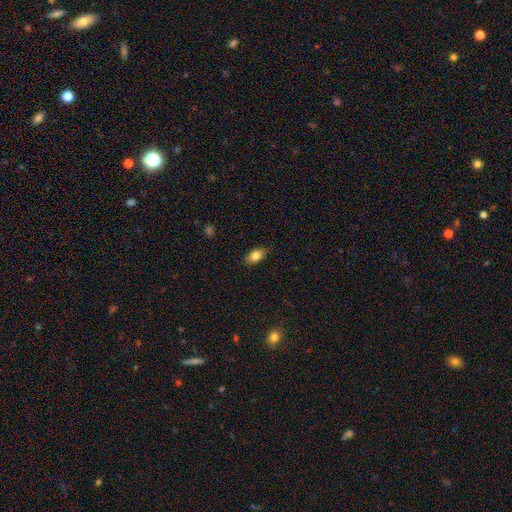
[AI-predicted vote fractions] smooth_or_featured: smooth (p=0.83) [alt: featured or disk p=0.09]
how_rounded: in between (p=0.87) [alt: round p=0.10]
merging: none (p=0.84) [alt: minor disturbance p=0.12]